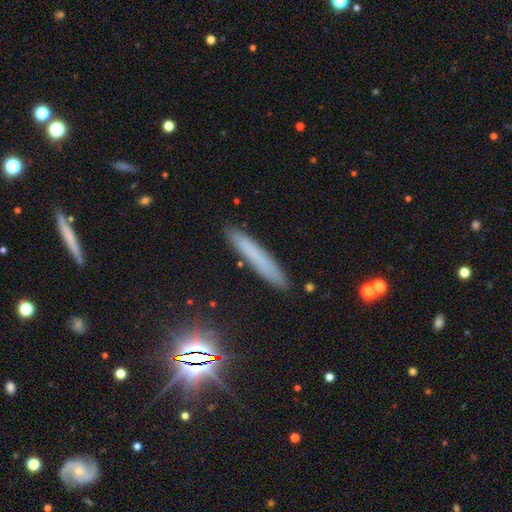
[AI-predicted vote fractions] smooth 64%, featured or disk 21%, star or artifact 15%. Down the decision tree: how rounded — cigar-shaped (94%); merging — none (88%).